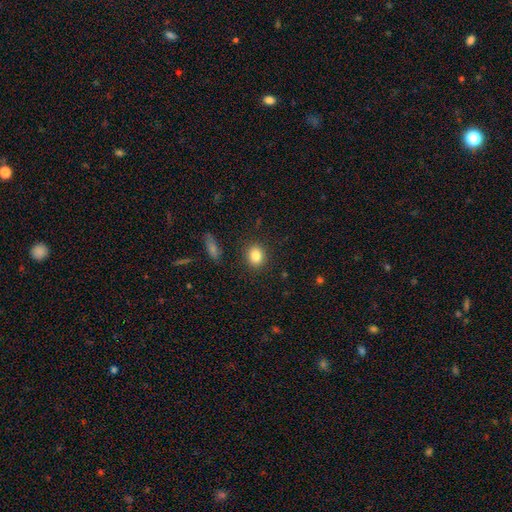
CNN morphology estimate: Smooth or featured? smooth (84%)
How rounded? round (68%)
Merging? none (89%)